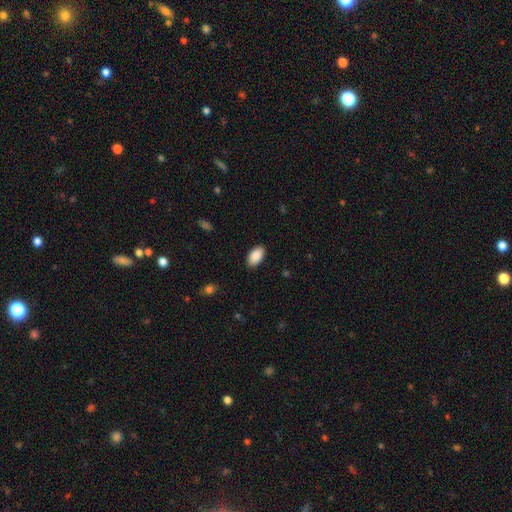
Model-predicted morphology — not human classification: A smooth galaxy with no disk features (90%) that is in between round and cigar-shaped (95%). Merging: none (89%).